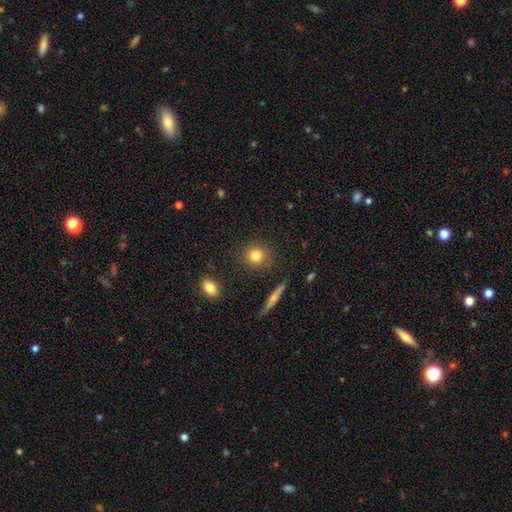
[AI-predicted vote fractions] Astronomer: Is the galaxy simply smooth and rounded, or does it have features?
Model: smooth — 80%.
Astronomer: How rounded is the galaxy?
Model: round — 87%.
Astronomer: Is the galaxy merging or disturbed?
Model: none — 87%.